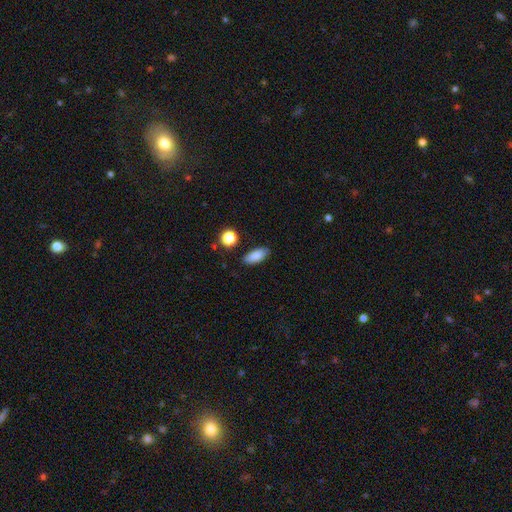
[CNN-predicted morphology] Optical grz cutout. It shows a smooth galaxy with no disk features (86%) that is in between round and cigar-shaped (83%). Merging: none (83%).